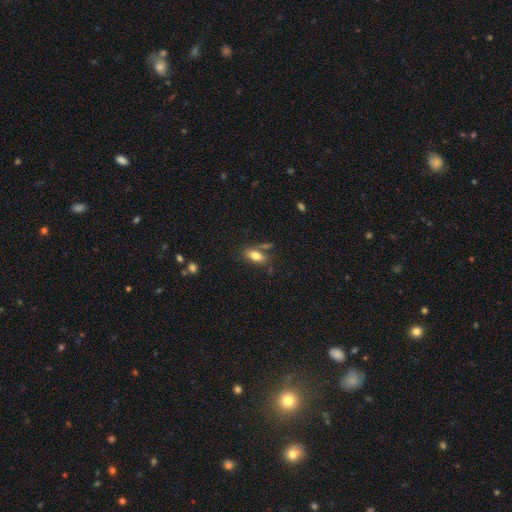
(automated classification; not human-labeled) Q: Smooth or featured?
A: smooth (75%); runner-up: featured or disk (16%)
Q: How rounded?
A: in between (83%); runner-up: cigar-shaped (12%)
Q: Merging?
A: none (64%); runner-up: minor disturbance (17%)